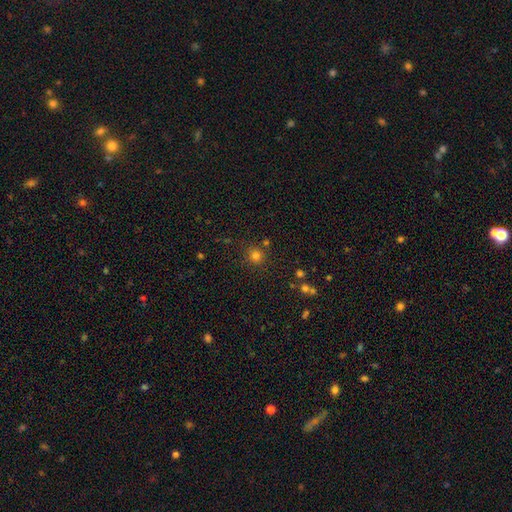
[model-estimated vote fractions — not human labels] Morphology: type=smooth (77%); roundness=round (91%); merging=none (80%).